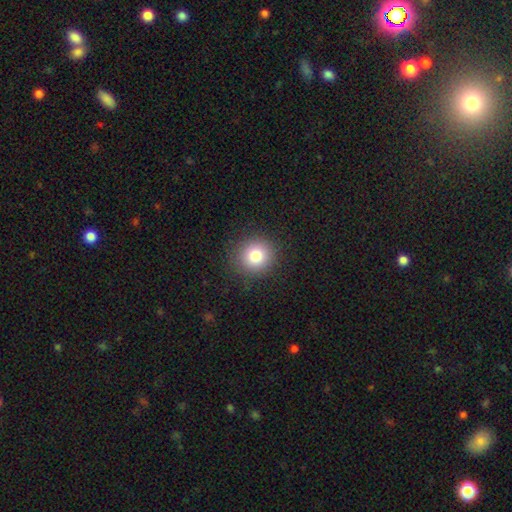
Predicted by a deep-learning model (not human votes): smooth 80%, star or artifact 12%, featured or disk 8%. Down the decision tree: how rounded — round (91%); merging — none (90%).